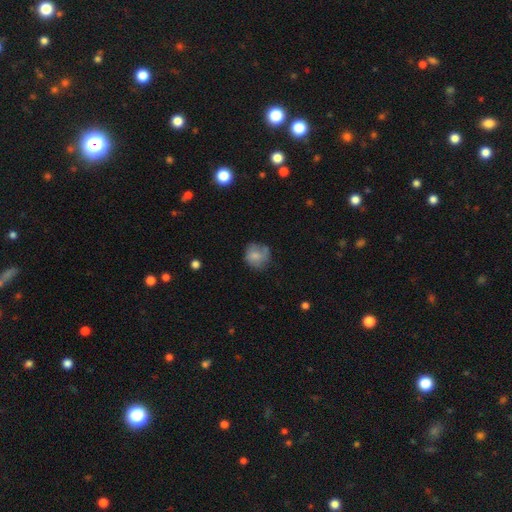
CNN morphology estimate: Smooth or featured? Predicted: smooth (p=0.71). How rounded? Predicted: round (p=0.80). Merging? Predicted: none (p=0.60).